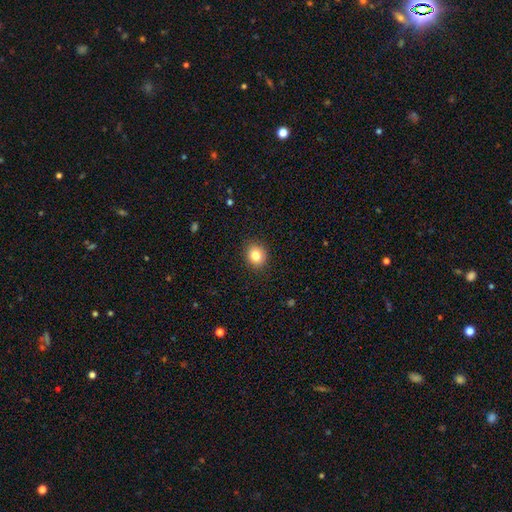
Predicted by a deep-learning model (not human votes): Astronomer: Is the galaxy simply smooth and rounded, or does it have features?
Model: smooth — 82%.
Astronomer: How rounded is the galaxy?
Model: round — 75%.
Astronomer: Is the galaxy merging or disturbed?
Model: none — 90%.